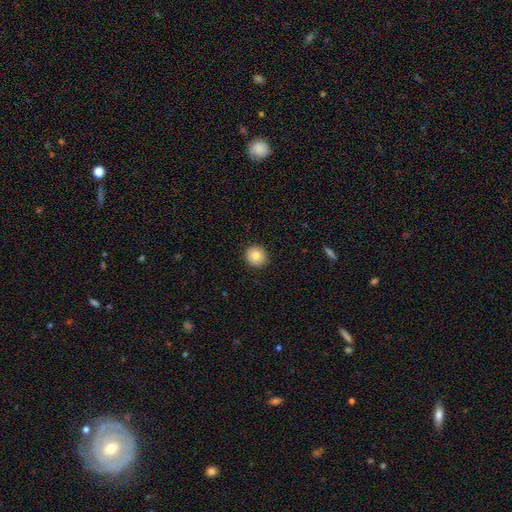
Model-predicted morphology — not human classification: Smooth or featured?
  - smooth: 83% *
  - star or artifact: 9%
  - featured or disk: 8%
How rounded?
  - round: 94% *
  - in between: 5%
  - cigar-shaped: 1%
Merging?
  - none: 93% *
  - minor disturbance: 5%
  - major disturbance: 1%
  - merger: 1%